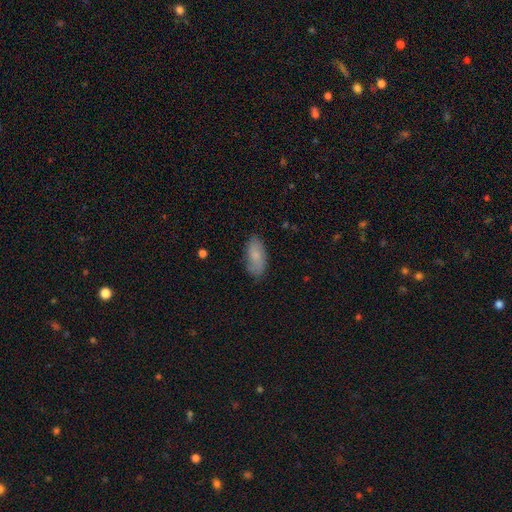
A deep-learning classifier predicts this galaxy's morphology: smooth-or-featured: smooth: 75% | featured or disk: 18% | star or artifact: 7%
  how-rounded: in between: 89% | cigar-shaped: 9% | round: 3%
  merging: none: 78% | minor disturbance: 17% | major disturbance: 4% | merger: 1%